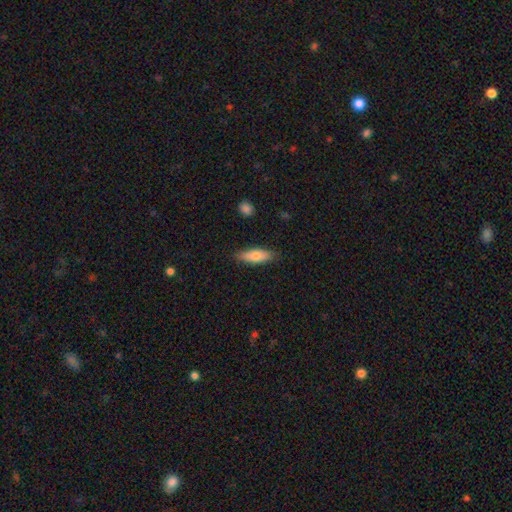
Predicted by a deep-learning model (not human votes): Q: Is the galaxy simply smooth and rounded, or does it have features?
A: smooth — 74%.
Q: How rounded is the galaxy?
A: in between — 53%.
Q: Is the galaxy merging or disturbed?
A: none — 85%.